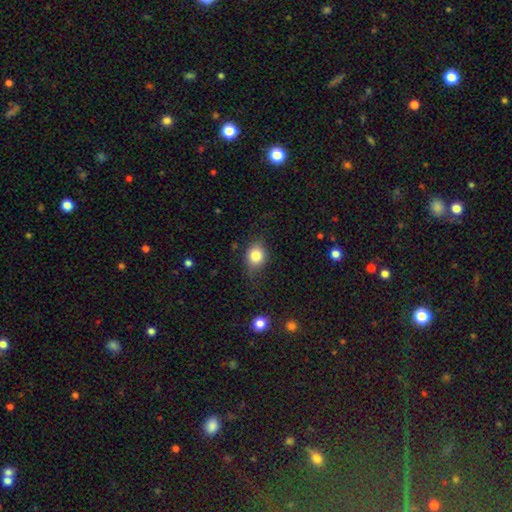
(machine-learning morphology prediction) Smooth or featured: smooth — 82% (star or artifact — 10%)
How rounded: round — 55% (in between — 44%)
Merging: none — 73% (minor disturbance — 20%)